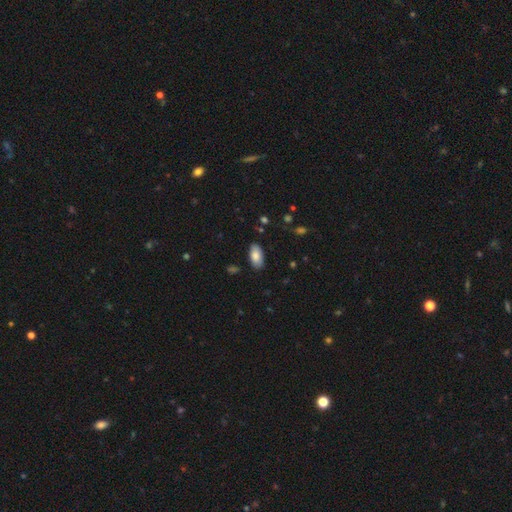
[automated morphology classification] The model was most divided on "smooth or featured": smooth: 84%, featured or disk: 10%, star or artifact: 7%. More confident: how rounded — in between (94%); merging — none (86%).